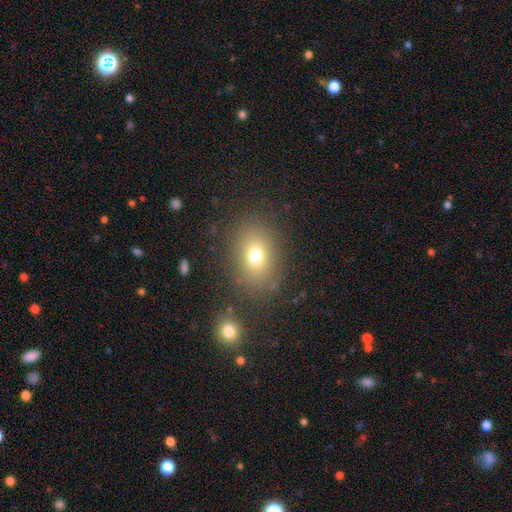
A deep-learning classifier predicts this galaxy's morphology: A smooth galaxy with no disk features (71%) that is in between round and cigar-shaped (66%). Merging: none (82%).